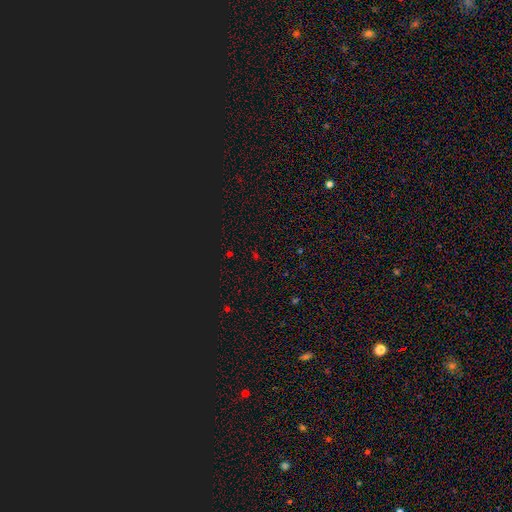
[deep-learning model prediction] star or artifact 68%, smooth 25%, featured or disk 7%.